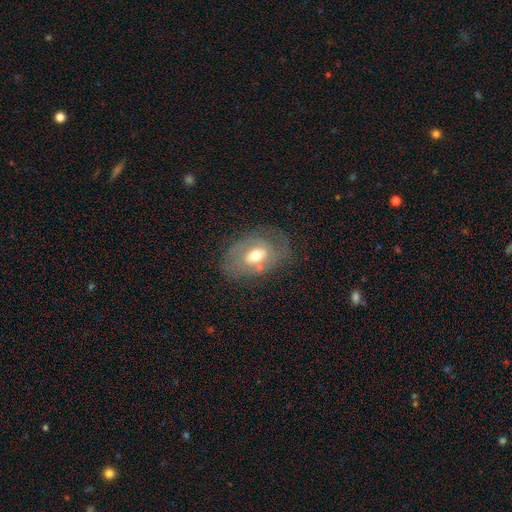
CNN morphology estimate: Smooth or featured: featured or disk — 52% (smooth — 40%)
Edge-on disk: no — 92% (yes — 8%)
Merging: none — 67% (minor disturbance — 20%)